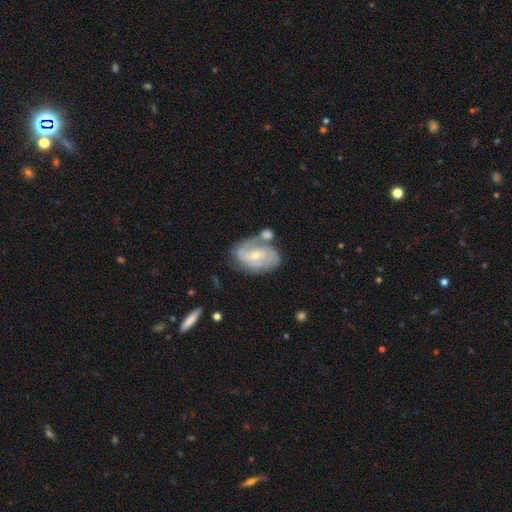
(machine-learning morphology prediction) smooth_or_featured: featured or disk (p=0.78) [alt: smooth p=0.16]
disk_edge_on: no (p=0.96) [alt: yes p=0.04]
bar: weak (p=0.43) [alt: no p=0.41]
has_spiral_arms: yes (p=0.90) [alt: no p=0.10]
spiral_winding: tight (p=0.46) [alt: medium p=0.40]
spiral_arm_count: 2 (p=0.59) [alt: can't tell p=0.22]
bulge_size: small (p=0.61) [alt: moderate p=0.36]
merging: none (p=0.48) [alt: merger p=0.21]